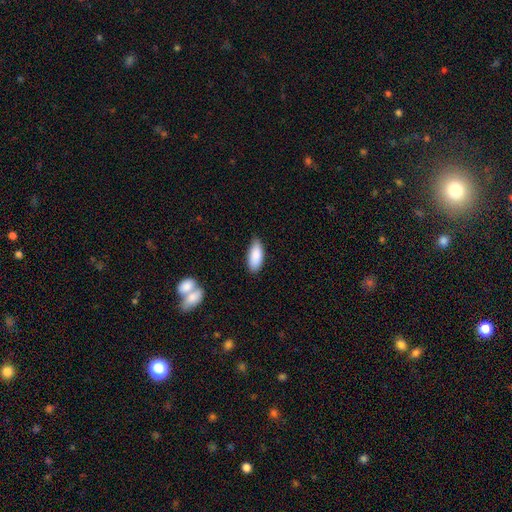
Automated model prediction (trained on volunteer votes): smooth 88%, star or artifact 6%, featured or disk 6%. Down the decision tree: how rounded — in between (86%); merging — none (75%).